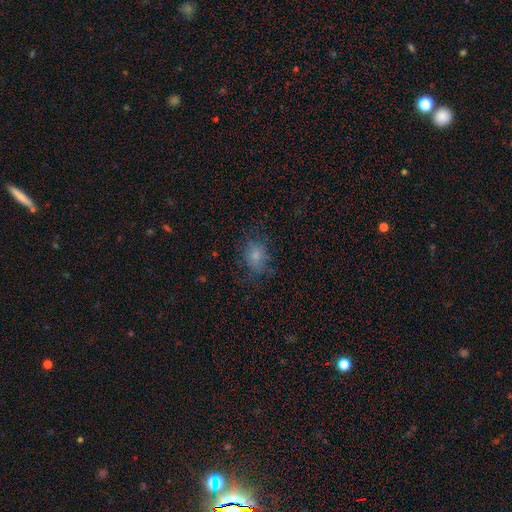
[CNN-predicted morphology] This is likely a smooth galaxy (75%). How rounded: possibly in between (52%). Merging: likely none (69%).